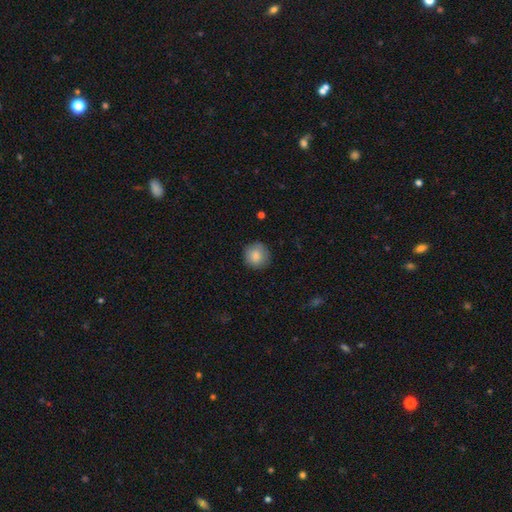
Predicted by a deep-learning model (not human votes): A smooth galaxy with no disk features (86%) that is round (94%). Merging: none (88%).